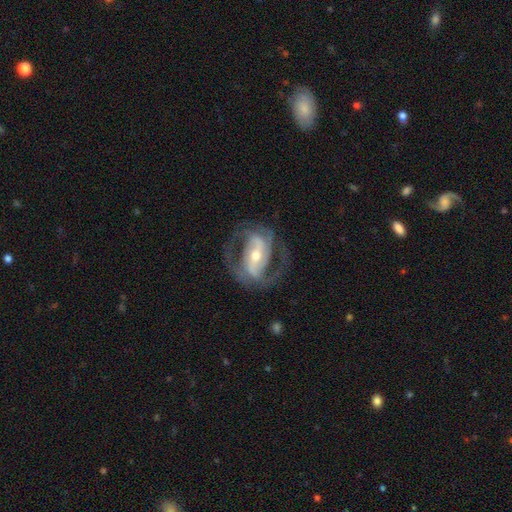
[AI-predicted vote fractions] A featured or disk galaxy (89%) with a strong bar (57%), 2 (85%) medium (54%) spiral arms (94%) and a moderate central bulge (50%).

Vote fractions:
- Smooth or featured? featured or disk: 89% / smooth: 7% / star or artifact: 5%
- Edge-on disk? no: 96% / yes: 4%
- Bar? strong: 57% / weak: 29% / no: 14%
- Spiral arms? yes: 94% / no: 6%
- Spiral winding? medium: 54% / tight: 24% / loose: 22%
- Spiral arm count? 2: 85% / can't tell: 5% / 3: 5% / 1: 2% / 4: 1% / more than 4: 1%
- Bulge size? moderate: 50% / small: 44% / large: 4% / none: 1% / dominant: 1%
- Merging? none: 71% / minor disturbance: 14% / major disturbance: 13% / merger: 1%